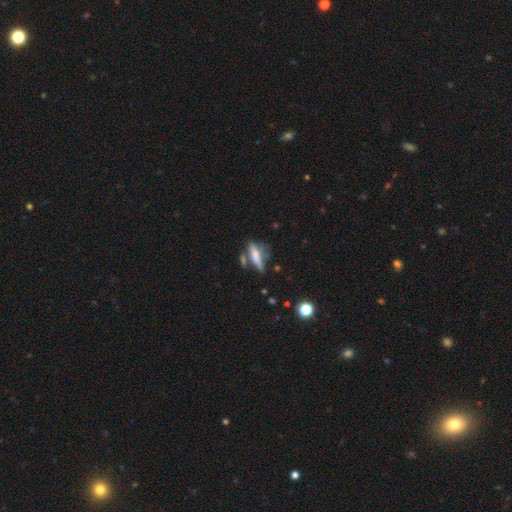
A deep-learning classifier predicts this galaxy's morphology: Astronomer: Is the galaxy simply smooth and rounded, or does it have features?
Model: smooth — 62%.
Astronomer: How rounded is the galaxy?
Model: cigar-shaped — 66%.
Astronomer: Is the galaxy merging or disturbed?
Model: none — 46% (runner-up: minor disturbance, 22%).